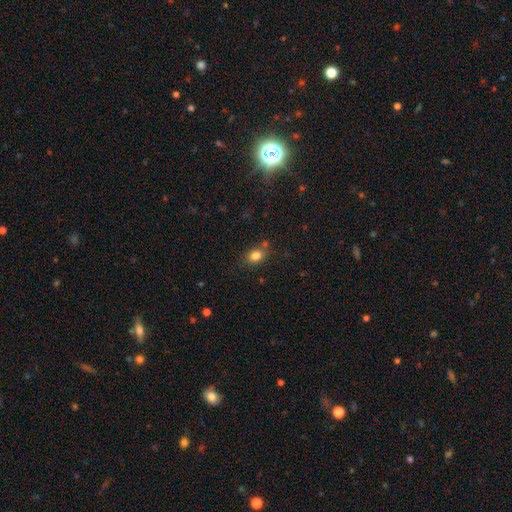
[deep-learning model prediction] Smooth or featured: smooth — 81% (star or artifact — 11%)
How rounded: in between — 63% (round — 35%)
Merging: none — 68% (minor disturbance — 16%)